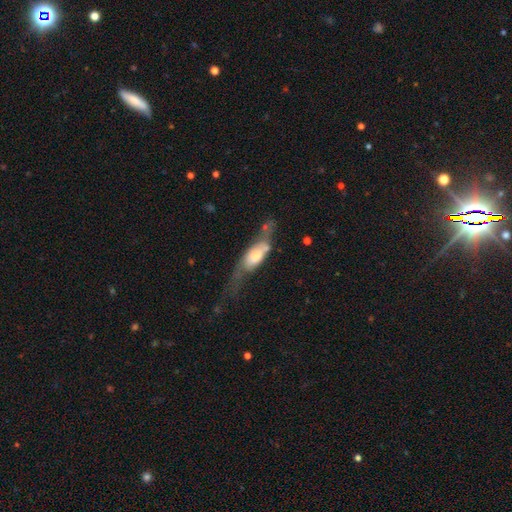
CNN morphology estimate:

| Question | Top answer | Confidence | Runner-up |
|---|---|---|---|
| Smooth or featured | smooth | 49% | featured or disk (44%) |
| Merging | major disturbance | 34% | none (28%) |